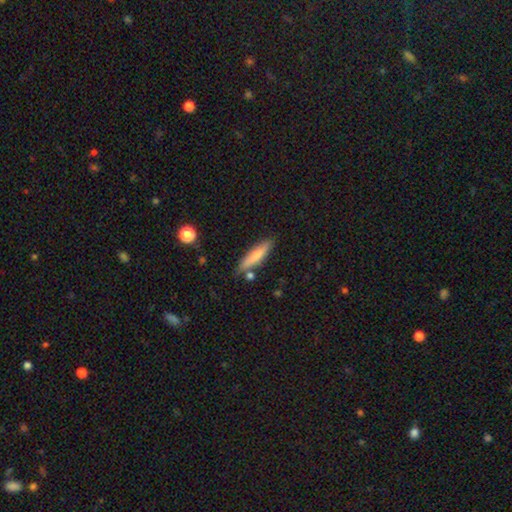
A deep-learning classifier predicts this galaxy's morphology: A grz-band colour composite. It shows a smooth galaxy with no disk features (72%) that is cigar-shaped (79%). Merging: none (78%).